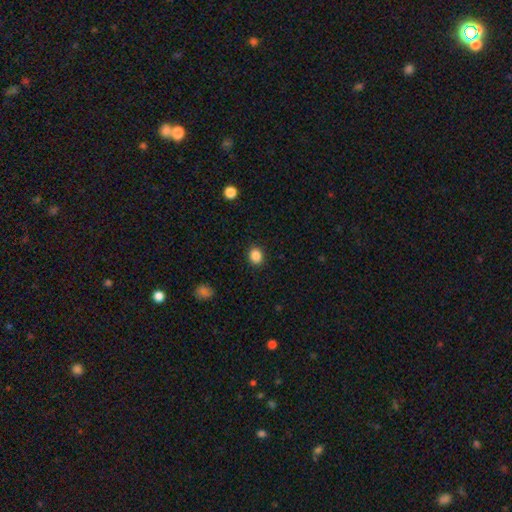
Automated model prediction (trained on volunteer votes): Q: Smooth or featured?
A: smooth (87%); runner-up: star or artifact (10%)
Q: How rounded?
A: round (64%); runner-up: in between (36%)
Q: Merging?
A: none (90%); runner-up: minor disturbance (7%)